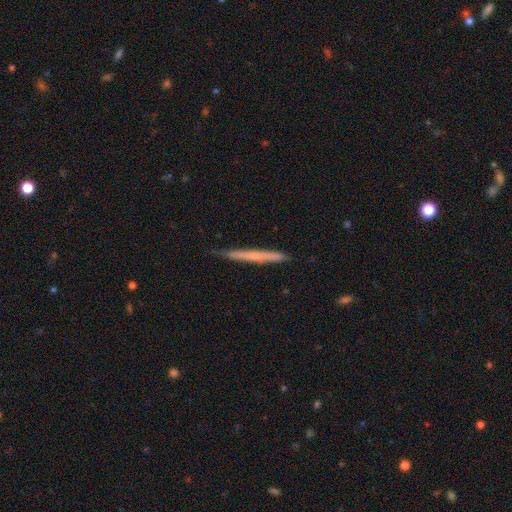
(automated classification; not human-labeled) Q: Smooth or featured?
A: smooth (54%); runner-up: featured or disk (40%)
Q: How rounded?
A: cigar-shaped (97%); runner-up: in between (2%)
Q: Merging?
A: none (83%); runner-up: minor disturbance (14%)